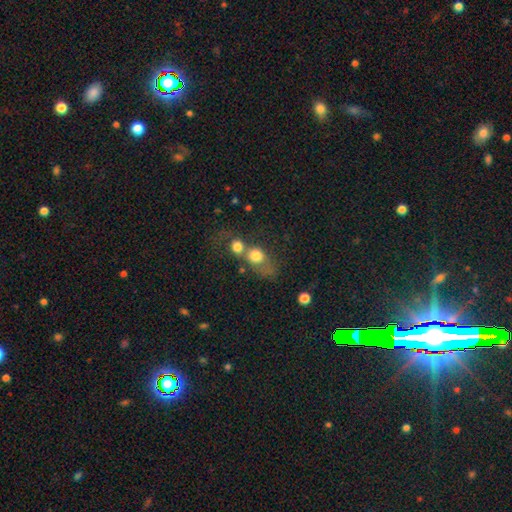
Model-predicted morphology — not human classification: type=smooth (74%); roundness=round (68%); merging=merger (59%).